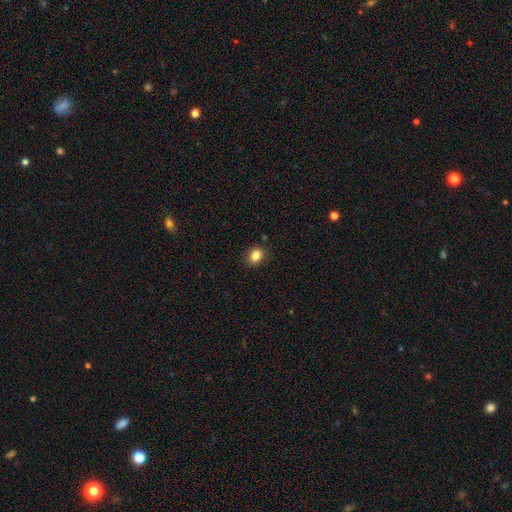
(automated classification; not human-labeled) Smooth or featured? smooth (84%)
How rounded? round (52%)
Merging? none (88%)